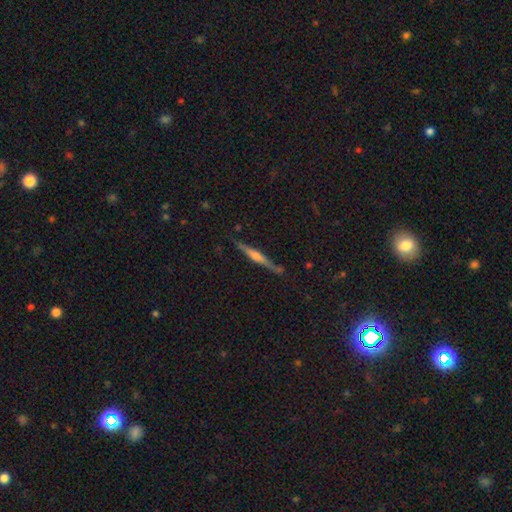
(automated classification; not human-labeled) This is likely a featured or disk galaxy (72%). It is clearly viewed edge-on (98%). Edge-on bulge: likely rounded (73%). Merging: clearly none (84%).